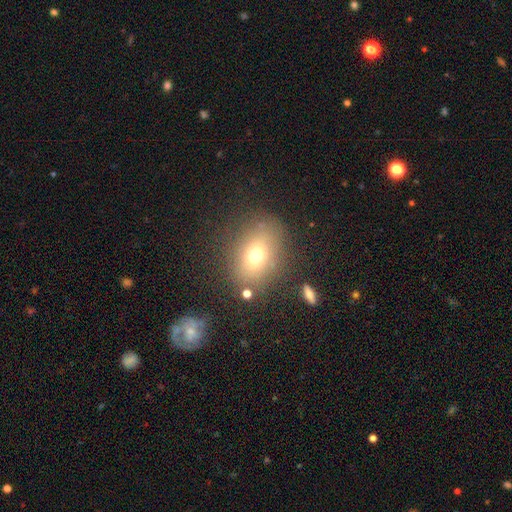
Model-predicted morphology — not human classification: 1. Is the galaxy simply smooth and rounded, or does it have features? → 69% smooth, 17% featured or disk, 14% star or artifact.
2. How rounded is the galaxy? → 66% in between, 32% round, 2% cigar-shaped.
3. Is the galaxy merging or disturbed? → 77% none, 13% minor disturbance, 5% major disturbance, 4% merger.